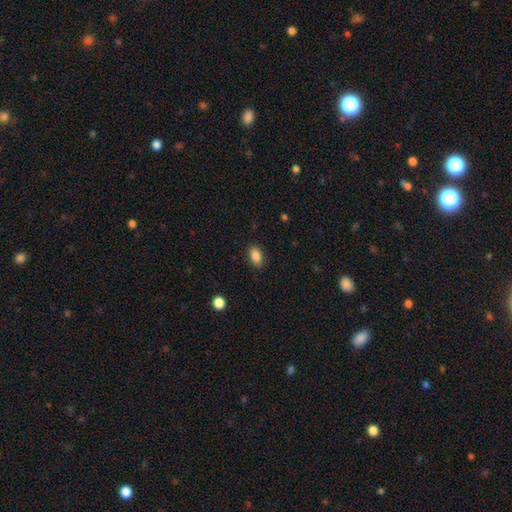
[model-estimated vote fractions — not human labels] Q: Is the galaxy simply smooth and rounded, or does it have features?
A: smooth — 87%.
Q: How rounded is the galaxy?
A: in between — 88%.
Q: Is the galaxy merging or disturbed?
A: none — 87%.